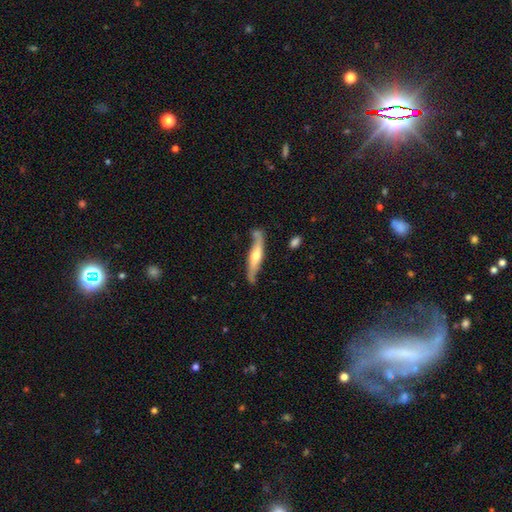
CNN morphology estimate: The model was most divided on "smooth or featured": featured or disk: 64%, smooth: 32%, star or artifact: 5%. More confident: edge-on disk — yes (71%); merging — none (68%).